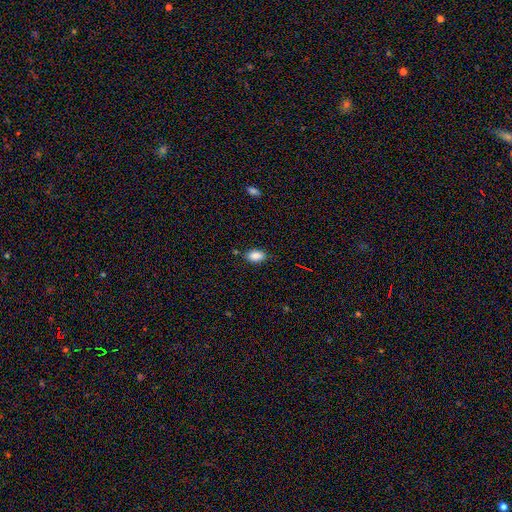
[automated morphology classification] Smooth or featured? smooth (87%)
How rounded? in between (90%)
Merging? none (82%)